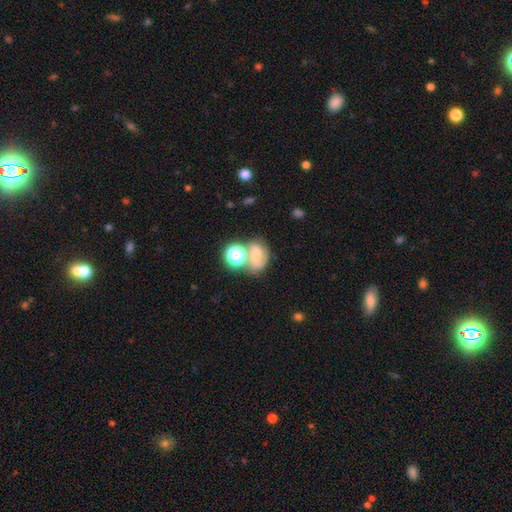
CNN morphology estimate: smooth_or_featured: featured or disk (p=0.58) [alt: smooth p=0.26]
disk_edge_on: no (p=0.97) [alt: yes p=0.03]
bar: weak (p=0.41) [alt: no p=0.38]
has_spiral_arms: yes (p=0.89) [alt: no p=0.11]
bulge_size: small (p=0.37) [alt: moderate p=0.33]
merging: none (p=0.46) [alt: merger p=0.29]